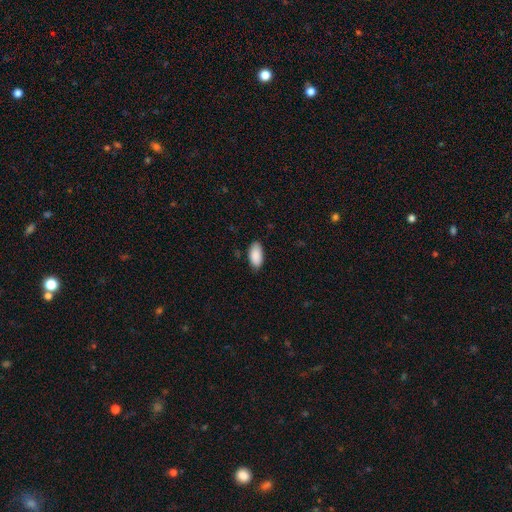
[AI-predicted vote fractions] A smooth galaxy with no disk features (90%) that is in between round and cigar-shaped (94%).

Vote fractions:
- Smooth or featured? smooth: 90% / star or artifact: 6% / featured or disk: 4%
- How rounded? in between: 94% / cigar-shaped: 4% / round: 2%
- Merging? none: 85% / minor disturbance: 11% / major disturbance: 2% / merger: 1%